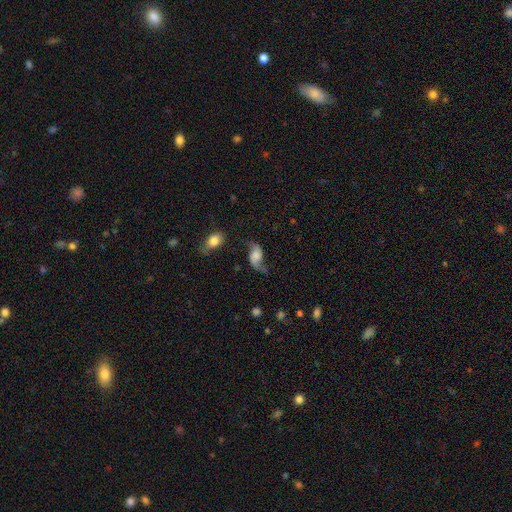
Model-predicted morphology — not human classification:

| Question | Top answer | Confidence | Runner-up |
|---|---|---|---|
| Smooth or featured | featured or disk | 72% | smooth (19%) |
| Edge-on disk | no | 96% | yes (4%) |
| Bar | no | 62% | weak (30%) |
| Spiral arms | yes | 94% | no (6%) |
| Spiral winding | loose | 83% | medium (13%) |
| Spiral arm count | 2 | 90% | 1 (5%) |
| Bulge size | none | 28% | moderate (23%) |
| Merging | none | 58% | minor disturbance (22%) |